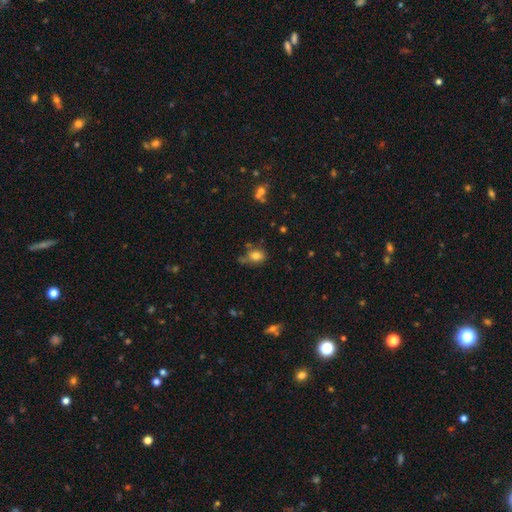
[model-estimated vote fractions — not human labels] The model was most divided on "how rounded": in between: 60%, round: 38%, cigar-shaped: 2%. More confident: smooth or featured — smooth (78%); merging — none (56%).